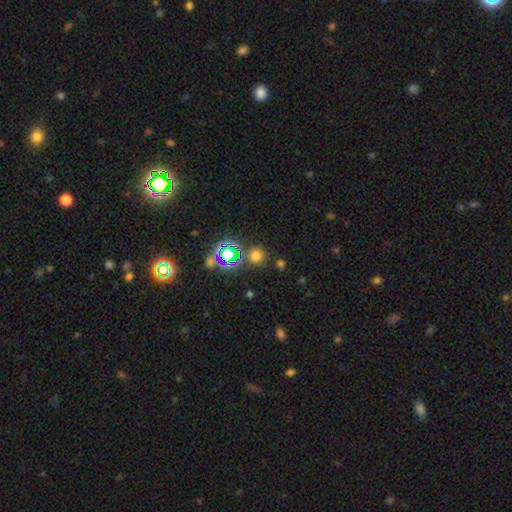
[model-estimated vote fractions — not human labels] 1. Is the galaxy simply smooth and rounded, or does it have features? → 61% smooth, 33% star or artifact, 6% featured or disk.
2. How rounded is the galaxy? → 89% round, 10% in between, 1% cigar-shaped.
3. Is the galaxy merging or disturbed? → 81% none, 9% minor disturbance, 7% merger, 4% major disturbance.